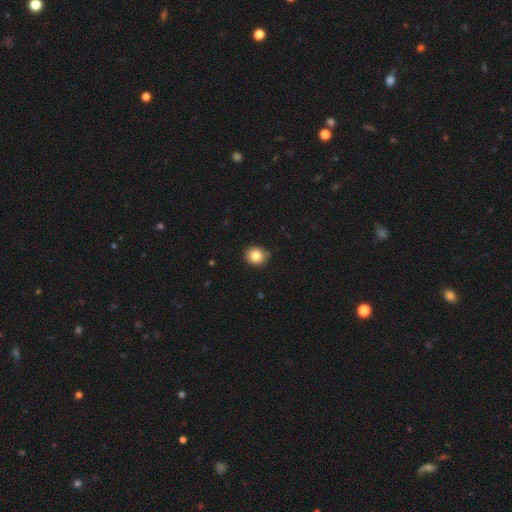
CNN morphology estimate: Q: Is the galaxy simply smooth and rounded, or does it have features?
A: smooth — 83%.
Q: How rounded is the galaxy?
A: round — 77%.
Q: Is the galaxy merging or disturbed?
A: none — 85%.